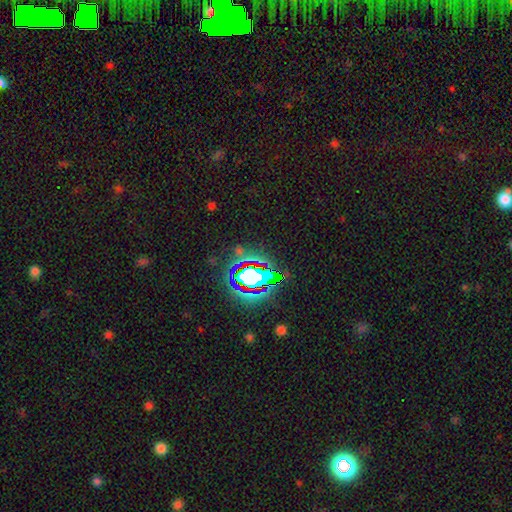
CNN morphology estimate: Smooth or featured?
  - star or artifact: 80% *
  - smooth: 12%
  - featured or disk: 8%